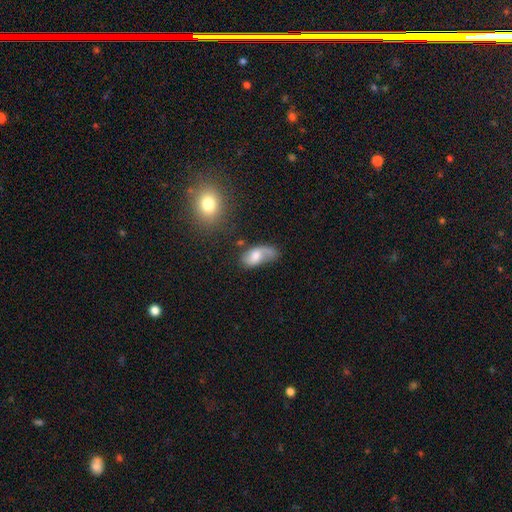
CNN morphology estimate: smooth-or-featured: smooth: 49% | featured or disk: 43% | star or artifact: 8%
  merging: none: 40% | minor disturbance: 29% | major disturbance: 22% | merger: 9%